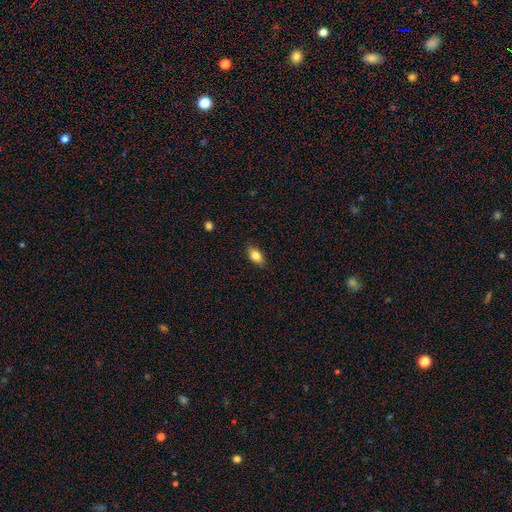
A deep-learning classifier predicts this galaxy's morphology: This is clearly a smooth galaxy (81%). How rounded: clearly in between (86%). Merging: clearly none (86%).